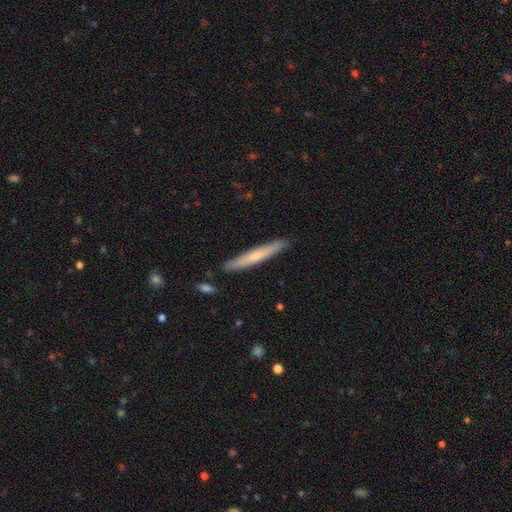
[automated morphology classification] The model was most divided on "smooth or featured": smooth: 57%, featured or disk: 37%, star or artifact: 6%. More confident: how rounded — cigar-shaped (95%); merging — none (87%).